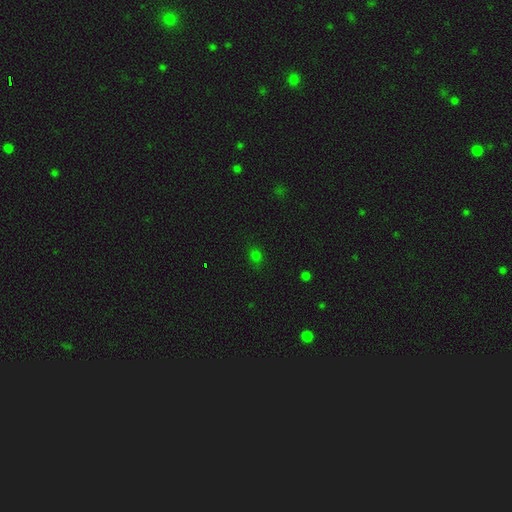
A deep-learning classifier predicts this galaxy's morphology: Smooth or featured? Predicted: smooth (p=0.71). How rounded? Predicted: round (p=0.56). Merging? Predicted: none (p=0.80).